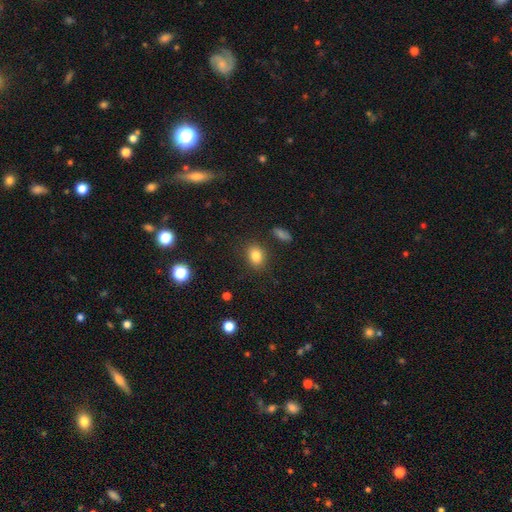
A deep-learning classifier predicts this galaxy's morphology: type=smooth (83%); roundness=in between (64%); merging=none (83%).